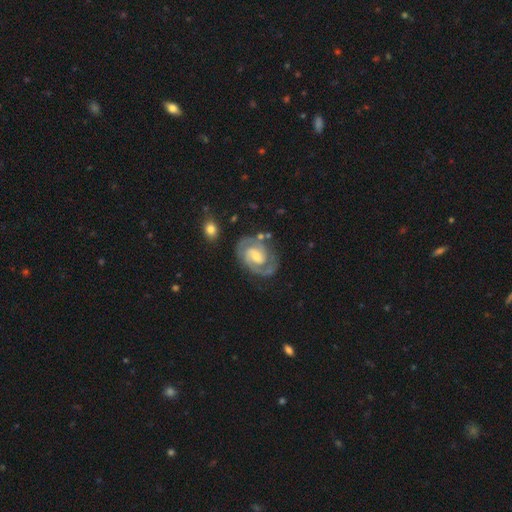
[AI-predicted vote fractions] featured or disk 89%, smooth 7%, star or artifact 4%. Down the decision tree: edge-on disk — no (98%); bar — weak (52%); spiral arms — yes (97%); spiral arm count — 2 (85%); spiral winding — tight (59%); bulge size — moderate (48%); merging — none (77%).